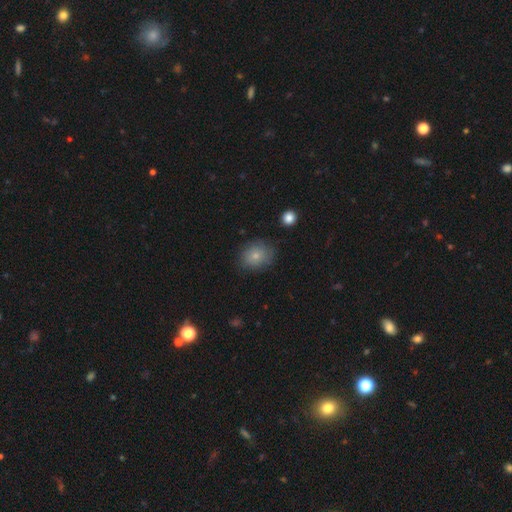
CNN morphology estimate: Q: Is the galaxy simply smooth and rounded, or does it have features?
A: smooth — 77%.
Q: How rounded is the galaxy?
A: round — 71%.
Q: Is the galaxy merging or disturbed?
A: none — 76%.